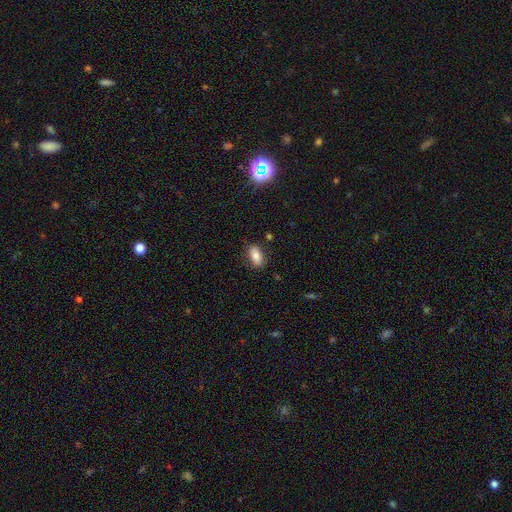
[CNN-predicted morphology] smooth_or_featured: smooth (p=0.80) [alt: featured or disk p=0.11]
how_rounded: in between (p=0.88) [alt: cigar-shaped p=0.07]
merging: none (p=0.84) [alt: minor disturbance p=0.12]